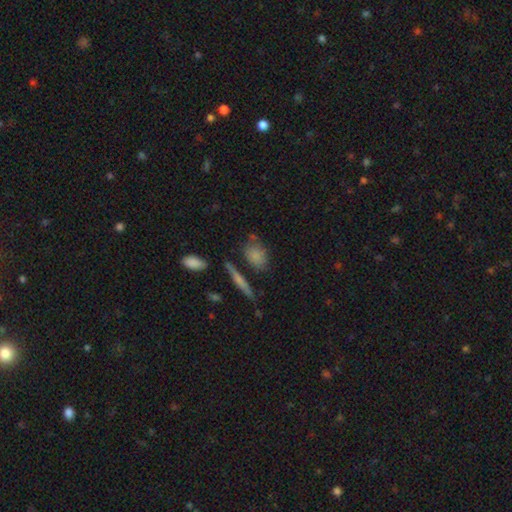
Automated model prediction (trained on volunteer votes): This appears to be a smooth galaxy with no disk features (77%) that is in between round and cigar-shaped (68%). Merging: none (63%).